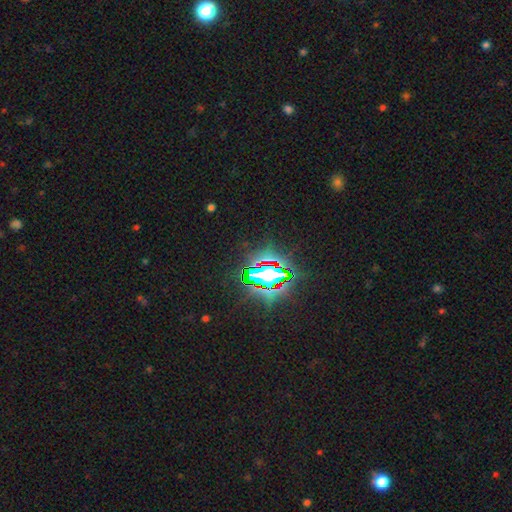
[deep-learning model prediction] Overall: star or artifact (82%).